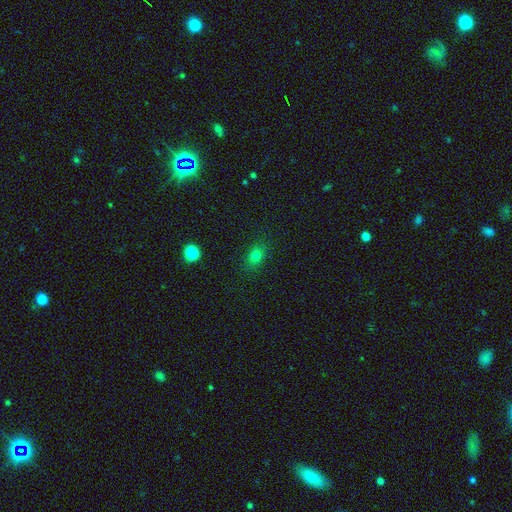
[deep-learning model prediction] This is likely a smooth galaxy (78%). How rounded: likely in between (64%). Merging: clearly none (84%).